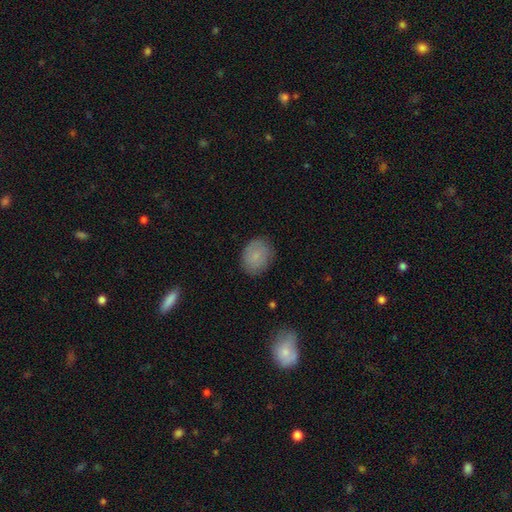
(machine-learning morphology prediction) type=smooth (80%); roundness=in between (52%); merging=none (83%).